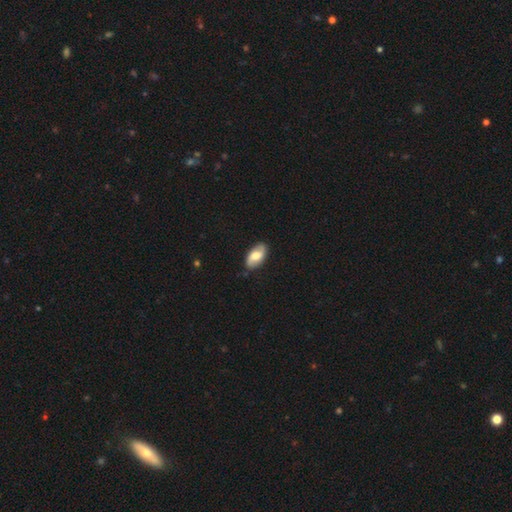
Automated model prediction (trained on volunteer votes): The model was most divided on "smooth or featured": smooth: 50%, featured or disk: 43%, star or artifact: 6%. More confident: how rounded — in between (94%); merging — none (83%).